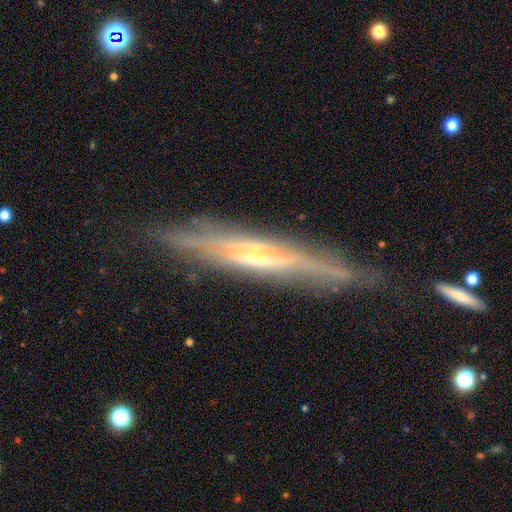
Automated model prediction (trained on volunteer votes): This is likely a featured or disk galaxy (80%). It is clearly viewed edge-on (86%). Edge-on bulge: likely rounded (60%). Merging: likely none (75%).